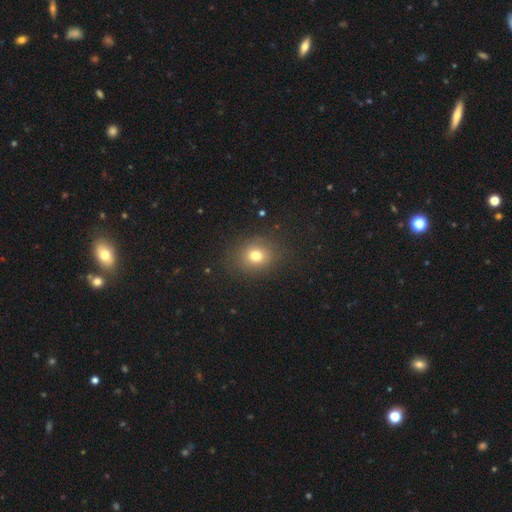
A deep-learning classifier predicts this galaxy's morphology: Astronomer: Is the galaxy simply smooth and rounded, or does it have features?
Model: smooth — 75%.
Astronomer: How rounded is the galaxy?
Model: round — 69%.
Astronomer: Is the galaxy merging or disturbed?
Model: none — 86%.